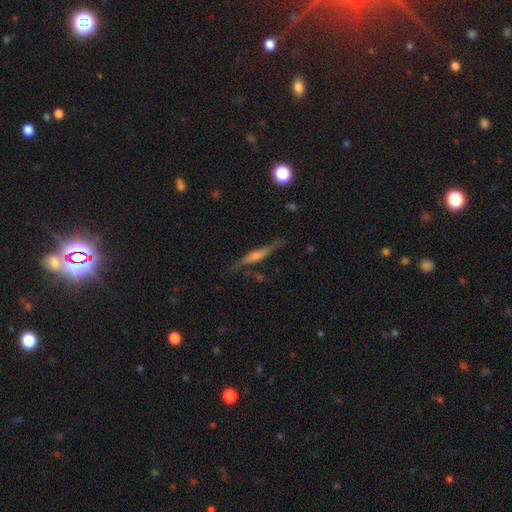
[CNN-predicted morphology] featured or disk 68%, smooth 23%, star or artifact 9%. Down the decision tree: edge-on disk — yes (92%); edge-on bulge — rounded (57%); merging — none (78%).